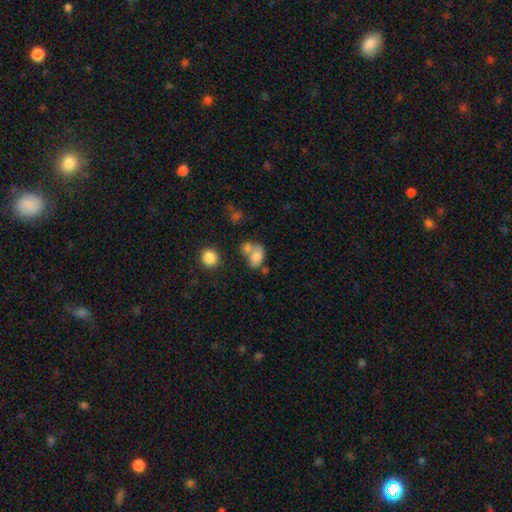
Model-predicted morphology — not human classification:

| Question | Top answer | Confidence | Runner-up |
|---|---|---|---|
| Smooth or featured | smooth | 78% | featured or disk (12%) |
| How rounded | in between | 82% | round (16%) |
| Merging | merger | 44% | none (36%) |